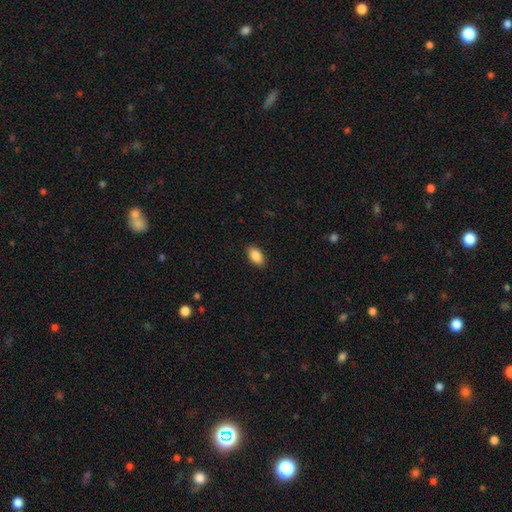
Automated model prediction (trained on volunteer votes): Q: Smooth or featured?
A: smooth (89%); runner-up: star or artifact (7%)
Q: How rounded?
A: in between (92%); runner-up: round (6%)
Q: Merging?
A: none (89%); runner-up: minor disturbance (8%)